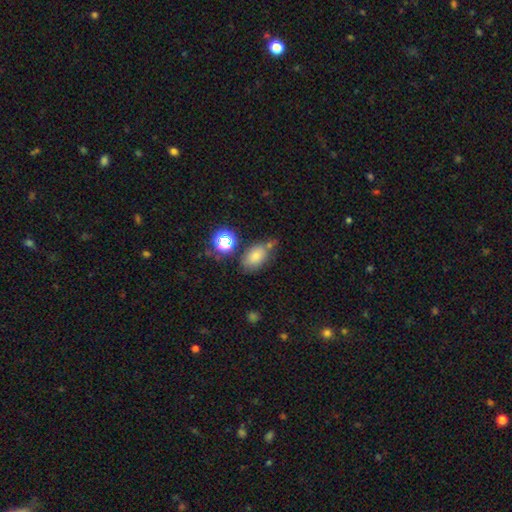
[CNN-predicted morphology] This appears to be a smooth galaxy with no disk features (68%) that is in between round and cigar-shaped (80%). Merging: none (62%).